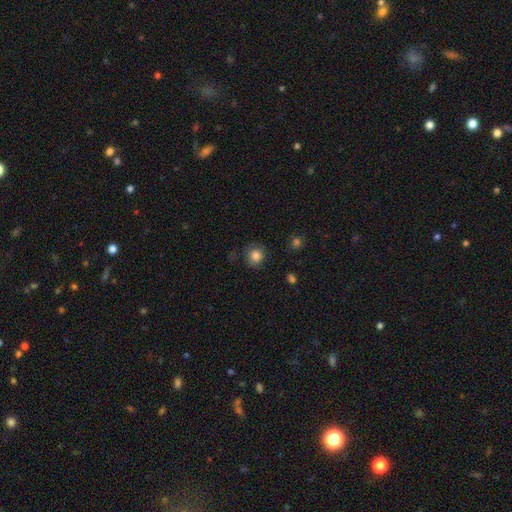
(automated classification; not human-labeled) smooth 83%, star or artifact 10%, featured or disk 7%. Down the decision tree: how rounded — round (87%); merging — none (79%).